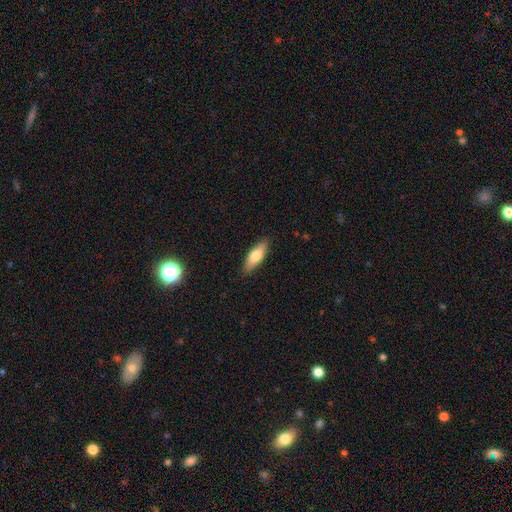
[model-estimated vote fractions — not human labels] Smooth or featured?
  - smooth: 71% *
  - featured or disk: 23%
  - star or artifact: 6%
How rounded?
  - in between: 58% *
  - cigar-shaped: 40%
  - round: 2%
Merging?
  - none: 88% *
  - minor disturbance: 9%
  - major disturbance: 2%
  - merger: 1%